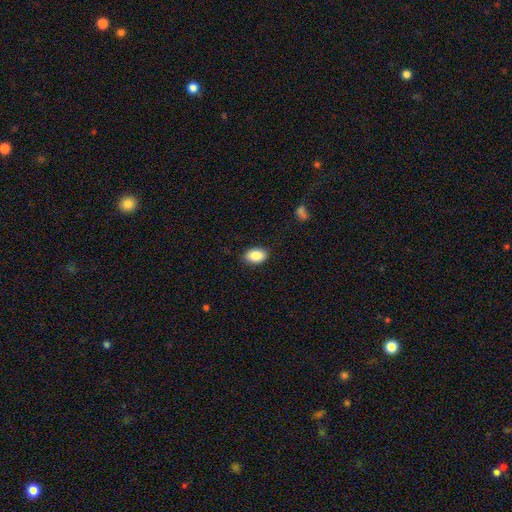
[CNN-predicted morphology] Smooth or featured: smooth — 88% (star or artifact — 7%)
How rounded: in between — 89% (round — 9%)
Merging: none — 87% (minor disturbance — 9%)